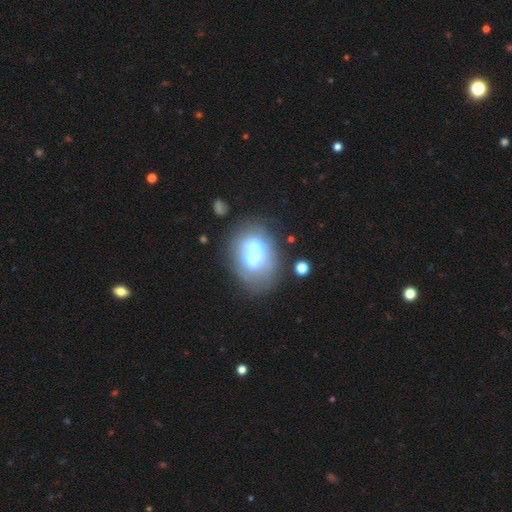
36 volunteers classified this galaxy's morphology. A smooth galaxy with no disk features (50%) that is in between round and cigar-shaped (72%).

Vote fractions:
- Smooth or featured? smooth: 50% / featured or disk: 44% / star or artifact: 6%
- How rounded? in between: 72% / round: 28% / cigar-shaped: 0%
- Merging? merger: 35% / none: 29% / major disturbance: 24% / minor disturbance: 12%